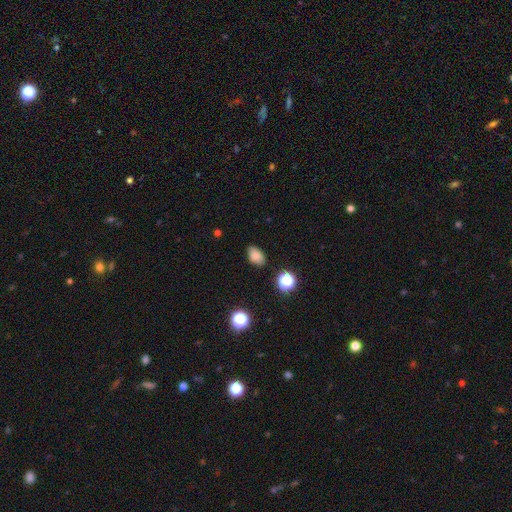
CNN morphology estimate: The model was most divided on "merging": none: 81%, minor disturbance: 15%, major disturbance: 3%, merger: 2%. More confident: how rounded — in between (83%); smooth or featured — smooth (81%).